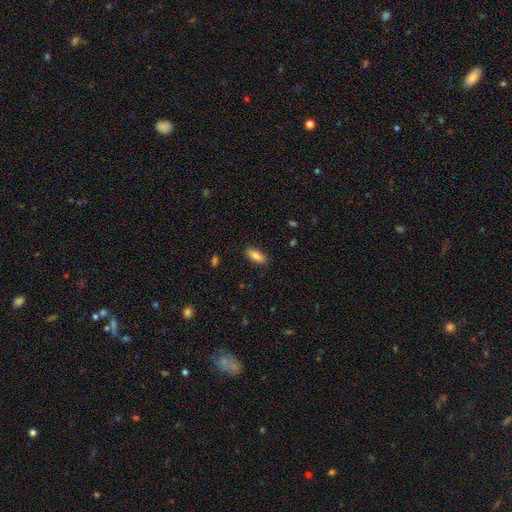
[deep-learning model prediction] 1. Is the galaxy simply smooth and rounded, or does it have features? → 85% smooth, 8% featured or disk, 7% star or artifact.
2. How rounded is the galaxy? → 79% in between, 19% cigar-shaped, 2% round.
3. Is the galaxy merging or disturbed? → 88% none, 9% minor disturbance, 2% major disturbance, 1% merger.